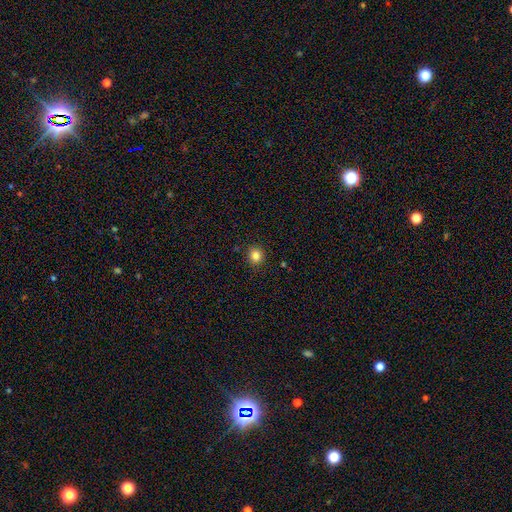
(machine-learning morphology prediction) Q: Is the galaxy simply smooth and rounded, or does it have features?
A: smooth — 83%.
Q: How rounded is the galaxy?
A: round — 89%.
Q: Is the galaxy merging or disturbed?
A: none — 91%.